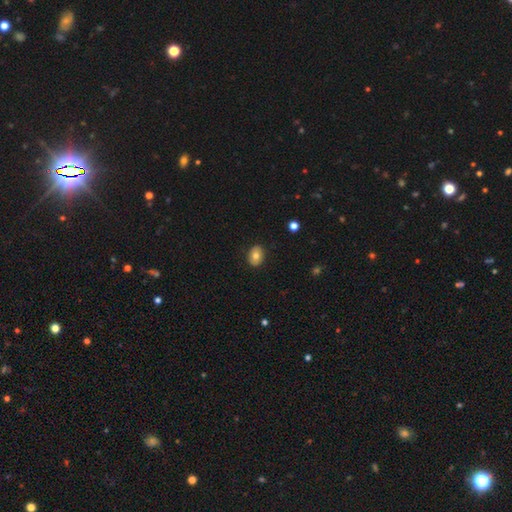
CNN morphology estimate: The model was most divided on "how rounded": in between: 68%, round: 31%, cigar-shaped: 1%. More confident: merging — none (87%); smooth or featured — smooth (77%).